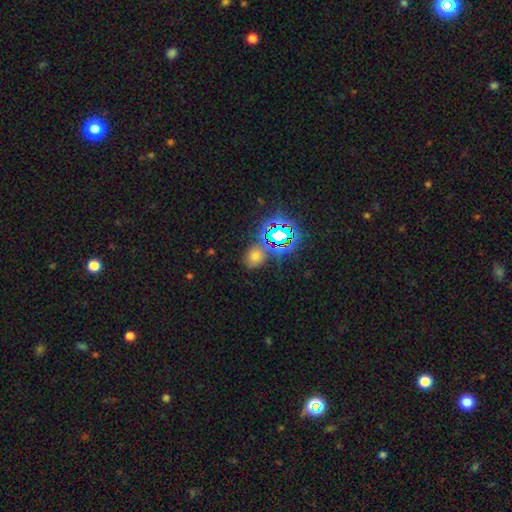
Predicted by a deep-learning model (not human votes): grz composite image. It shows a smooth galaxy with no disk features (51%) that is round (52%). Merging: none (73%).